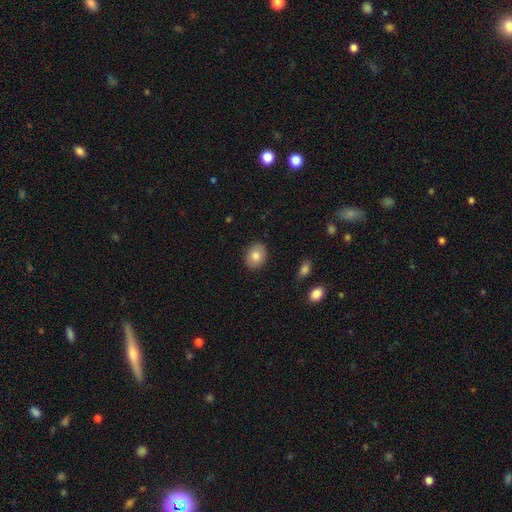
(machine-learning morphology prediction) This appears to be a smooth galaxy with no disk features (82%) that is in between round and cigar-shaped (56%). Merging: none (89%).